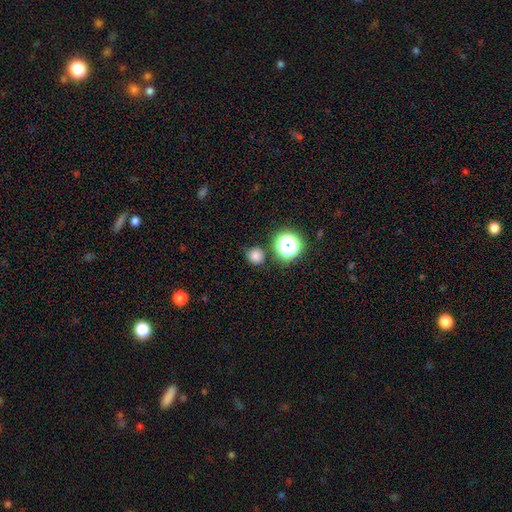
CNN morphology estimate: Overall: smooth (77%). How rounded: round (89%). Merging: none (81%).